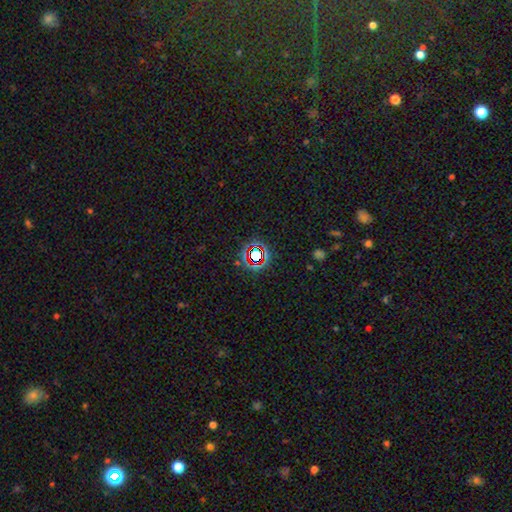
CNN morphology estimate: Smooth or featured? Predicted: star or artifact (p=0.70).